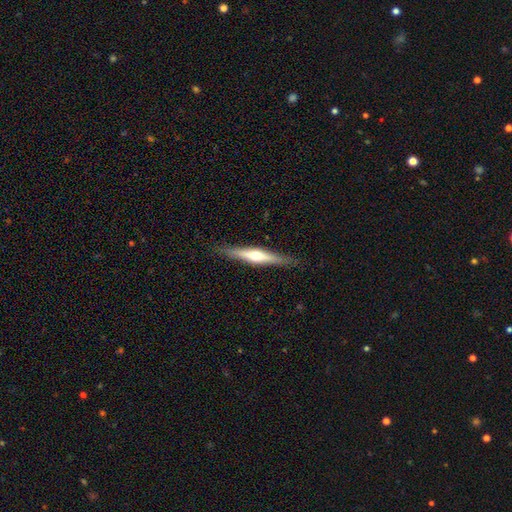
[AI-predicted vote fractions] Q: Smooth or featured?
A: featured or disk (62%); runner-up: smooth (32%)
Q: Edge-on disk?
A: yes (96%); runner-up: no (4%)
Q: Edge-on bulge?
A: rounded (90%); runner-up: none (6%)
Q: Merging?
A: none (87%); runner-up: minor disturbance (10%)